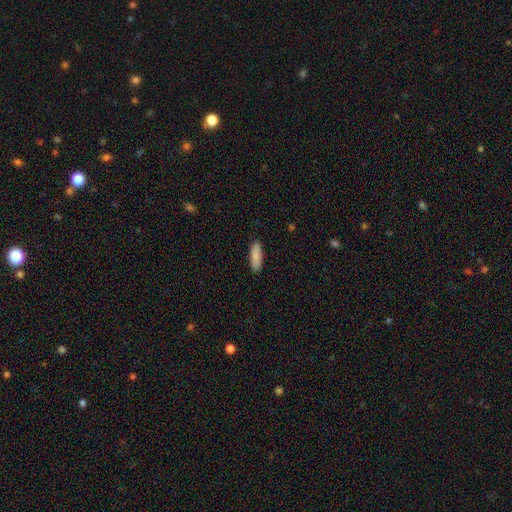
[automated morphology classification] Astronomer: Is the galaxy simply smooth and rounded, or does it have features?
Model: smooth — 86%.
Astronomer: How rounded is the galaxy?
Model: in between — 52% (runner-up: cigar-shaped, 47%).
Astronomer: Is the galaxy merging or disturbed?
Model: none — 89%.